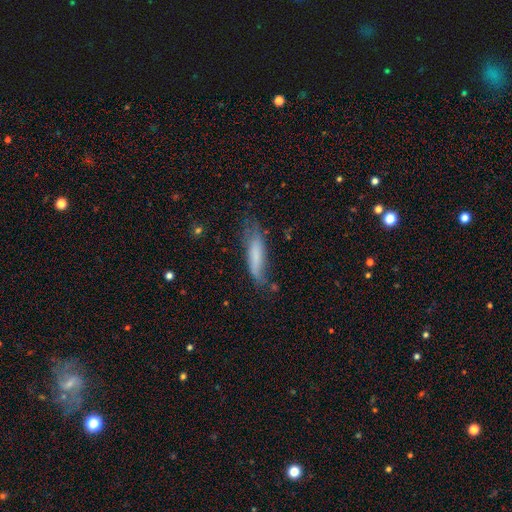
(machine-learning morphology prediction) Smooth or featured?
  - smooth: 68% *
  - featured or disk: 24%
  - star or artifact: 8%
How rounded?
  - cigar-shaped: 72% *
  - in between: 26%
  - round: 2%
Merging?
  - none: 51% *
  - minor disturbance: 32%
  - major disturbance: 13%
  - merger: 3%